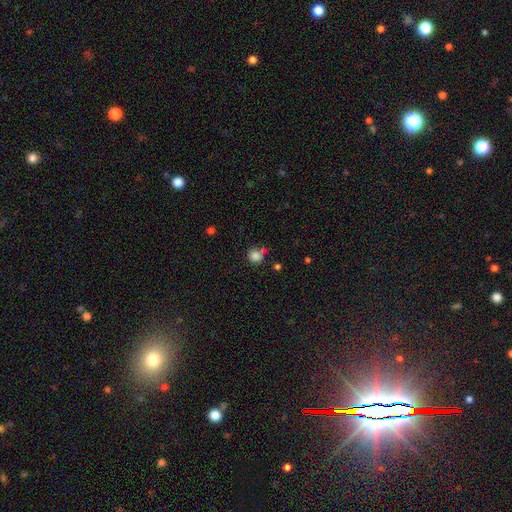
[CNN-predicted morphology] Overall: smooth (83%). How rounded: round (82%). Merging: none (58%).